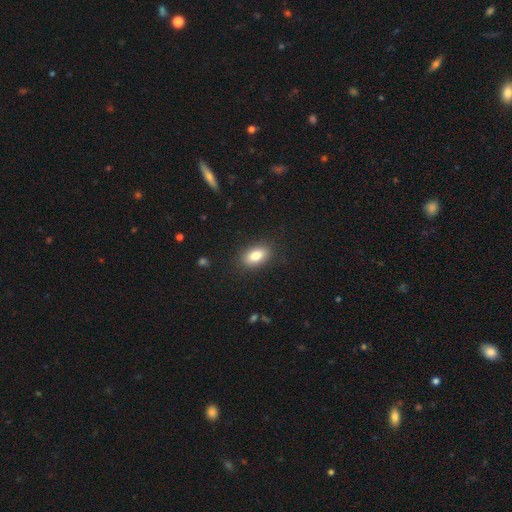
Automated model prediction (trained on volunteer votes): This is clearly a smooth galaxy (82%). How rounded: clearly in between (88%). Merging: clearly none (87%).